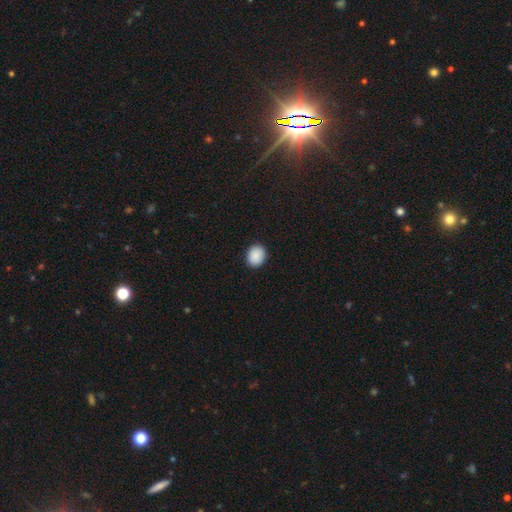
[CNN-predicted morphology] This appears to be a smooth galaxy with no disk features (90%) that is round (60%). Merging: none (90%).